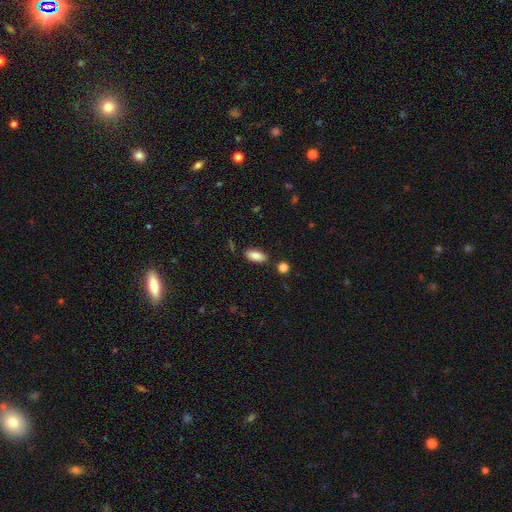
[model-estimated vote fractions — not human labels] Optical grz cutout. It shows a smooth galaxy with no disk features (84%) that is in between round and cigar-shaped (87%). Merging: none (84%).